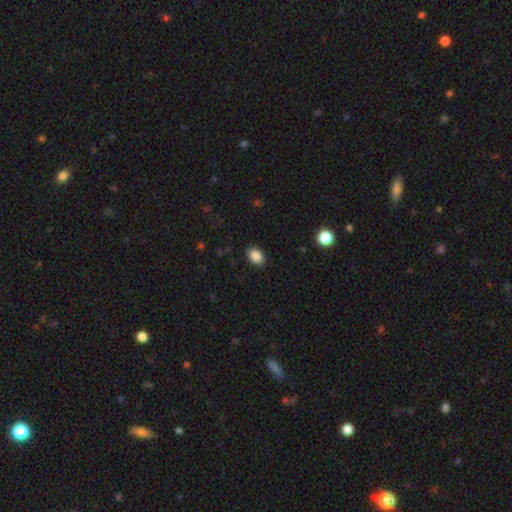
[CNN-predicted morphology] This appears to be a smooth galaxy with no disk features (86%) that is in between round and cigar-shaped (71%). Merging: none (86%).